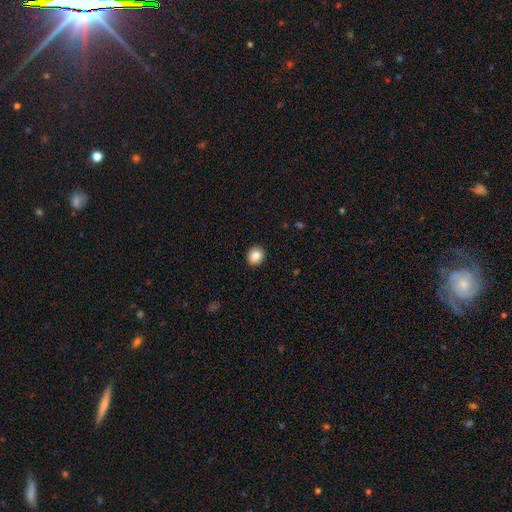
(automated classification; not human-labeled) A smooth galaxy with no disk features (86%) that is round (75%). Merging: none (92%).